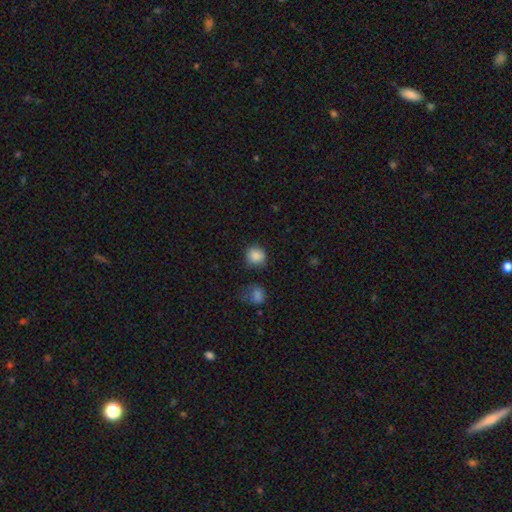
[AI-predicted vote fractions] Q: Smooth or featured?
A: smooth (86%); runner-up: star or artifact (10%)
Q: How rounded?
A: round (84%); runner-up: in between (15%)
Q: Merging?
A: none (78%); runner-up: minor disturbance (14%)